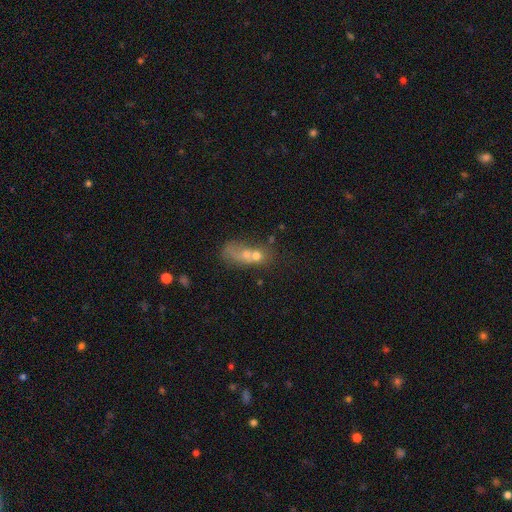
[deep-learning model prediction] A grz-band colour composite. It shows a smooth galaxy with no disk features (49%). Merging: merger (36%).